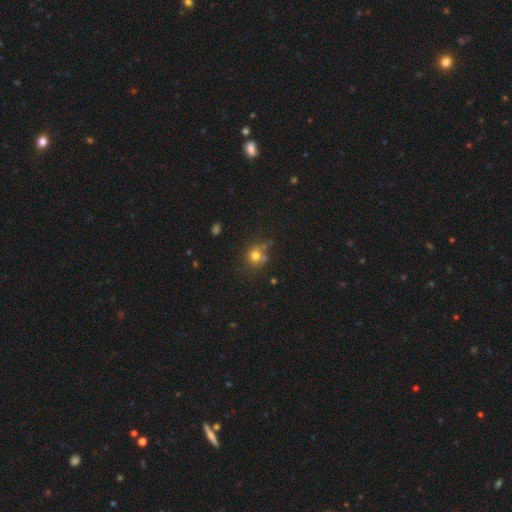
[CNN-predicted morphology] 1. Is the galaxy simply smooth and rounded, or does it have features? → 75% smooth, 15% star or artifact, 10% featured or disk.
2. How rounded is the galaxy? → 83% round, 16% in between, 1% cigar-shaped.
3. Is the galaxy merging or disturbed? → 62% none, 18% minor disturbance, 13% merger, 7% major disturbance.